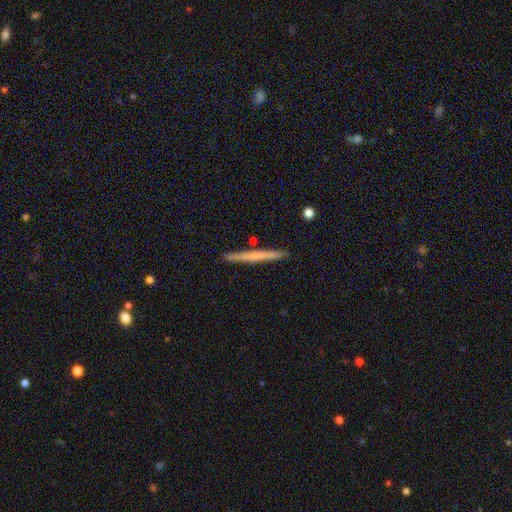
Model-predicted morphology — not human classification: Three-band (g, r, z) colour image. It shows a smooth galaxy with no disk features (51%) that is cigar-shaped (97%). Merging: none (90%).